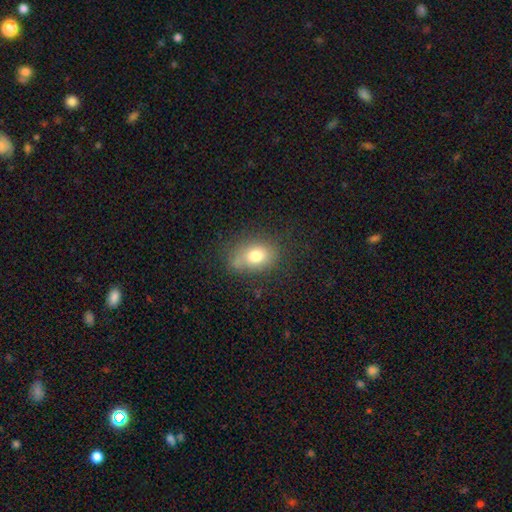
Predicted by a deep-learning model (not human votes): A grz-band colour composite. It shows a smooth galaxy with no disk features (76%) that is in between round and cigar-shaped (72%). Merging: none (66%).